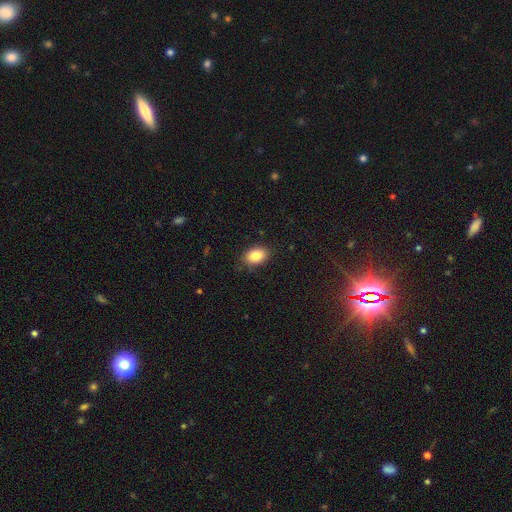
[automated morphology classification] Smooth or featured?
  - smooth: 84% *
  - star or artifact: 9%
  - featured or disk: 7%
How rounded?
  - in between: 81% *
  - round: 18%
  - cigar-shaped: 1%
Merging?
  - none: 84% *
  - minor disturbance: 12%
  - major disturbance: 3%
  - merger: 1%